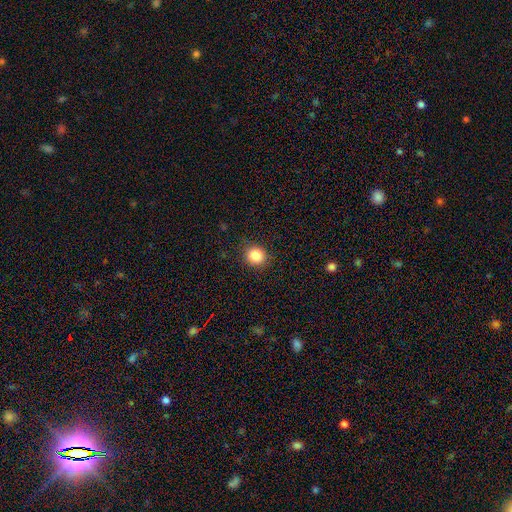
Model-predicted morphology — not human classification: This is clearly a smooth galaxy (85%). How rounded: clearly round (84%). Merging: clearly none (87%).